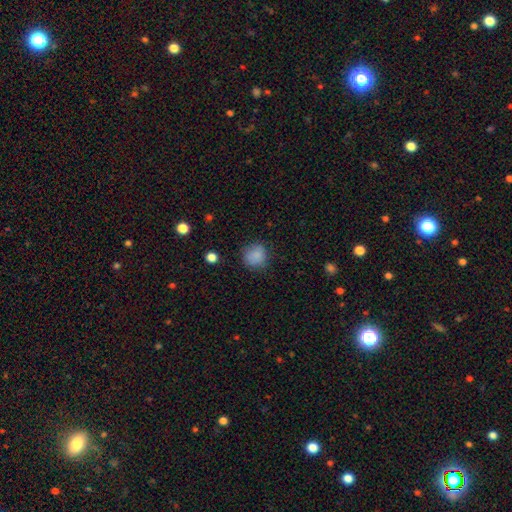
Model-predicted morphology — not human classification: type=smooth (84%); roundness=round (86%); merging=none (77%).